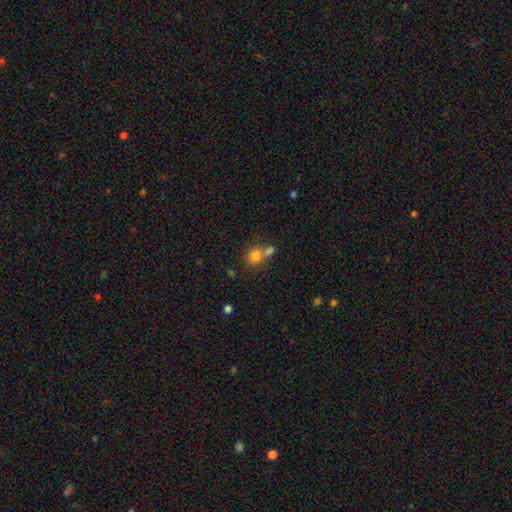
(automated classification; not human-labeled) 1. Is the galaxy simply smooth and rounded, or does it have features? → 79% smooth, 11% star or artifact, 10% featured or disk.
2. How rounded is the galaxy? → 78% round, 21% in between, 1% cigar-shaped.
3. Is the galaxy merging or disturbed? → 44% none, 43% merger, 9% minor disturbance, 4% major disturbance.